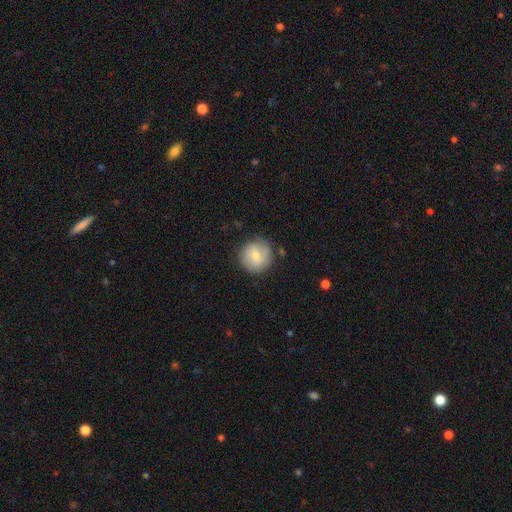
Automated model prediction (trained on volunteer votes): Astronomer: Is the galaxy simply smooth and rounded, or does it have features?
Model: smooth — 60%.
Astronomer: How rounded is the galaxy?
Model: round — 92%.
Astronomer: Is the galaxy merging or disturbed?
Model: none — 80%.